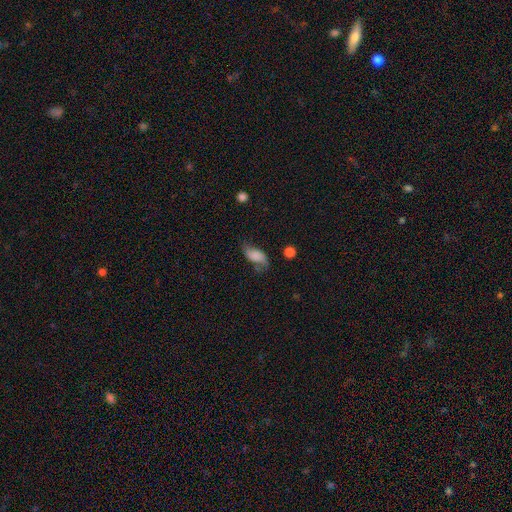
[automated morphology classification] smooth 68%, featured or disk 23%, star or artifact 9%. Down the decision tree: how rounded — in between (89%); merging — none (53%).